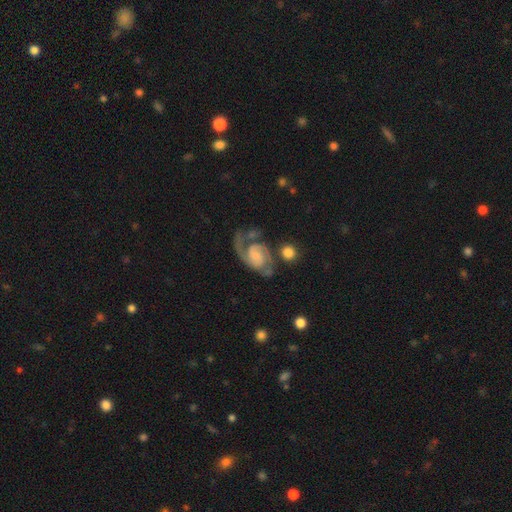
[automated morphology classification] A featured or disk galaxy (87%) with no bar (55%), 2 (82%) medium (51%) spiral arms (97%) and a small central bulge (35%). Merging: none (43%).